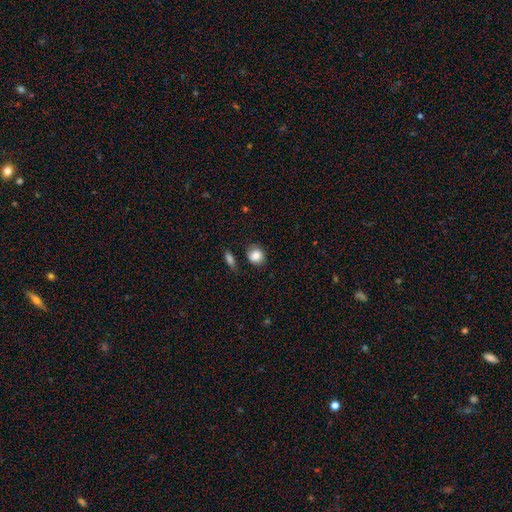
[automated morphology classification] This appears to be a smooth galaxy with no disk features (84%) that is round (74%). Merging: none (75%).